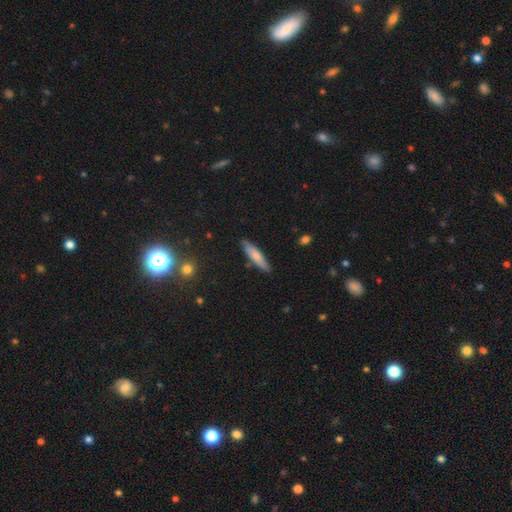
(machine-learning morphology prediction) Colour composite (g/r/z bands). It shows a smooth galaxy with no disk features (71%) that is cigar-shaped (81%). Merging: none (86%).